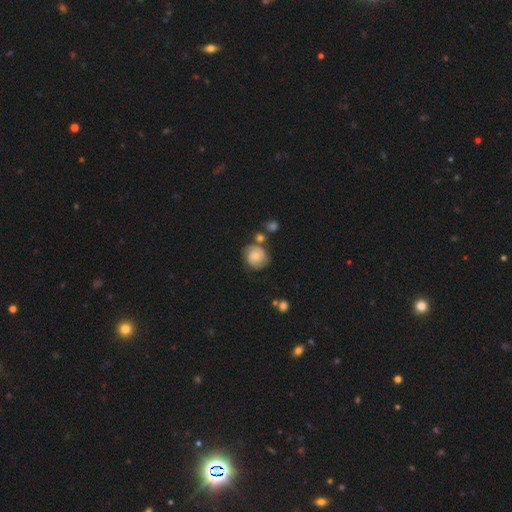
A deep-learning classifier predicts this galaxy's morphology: type=featured or disk (61%); edge-on=no (98%); bar=no (75%); spiral arms=yes (89%); winding=tight (65%); arm count=2 (64%); bulge=small (46%); merging=none (66%).